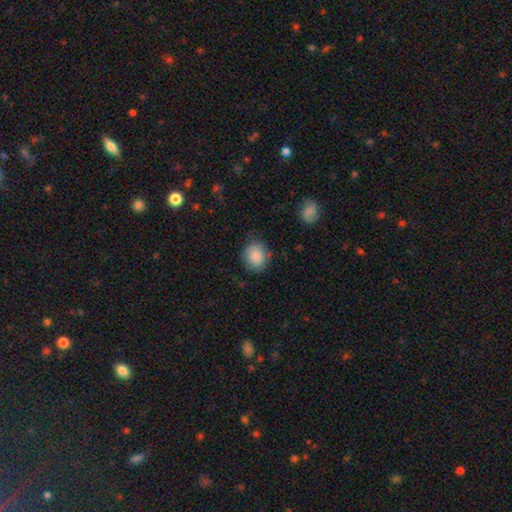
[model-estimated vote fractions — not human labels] This is clearly a smooth galaxy (85%). How rounded: likely round (65%). Merging: likely none (76%).